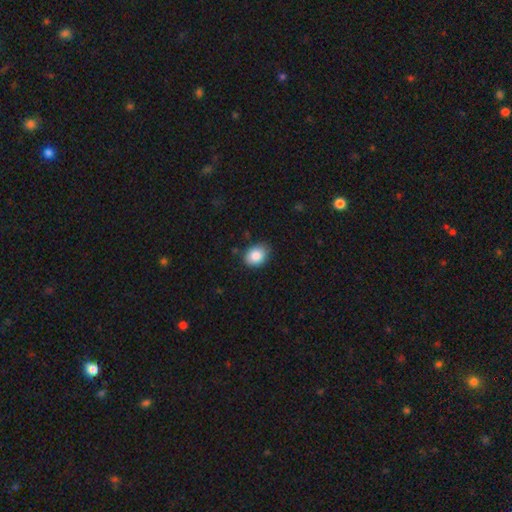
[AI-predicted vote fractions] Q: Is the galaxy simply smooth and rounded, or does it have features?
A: smooth — 87%.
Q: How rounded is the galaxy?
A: in between — 59%.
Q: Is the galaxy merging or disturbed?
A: none — 81%.